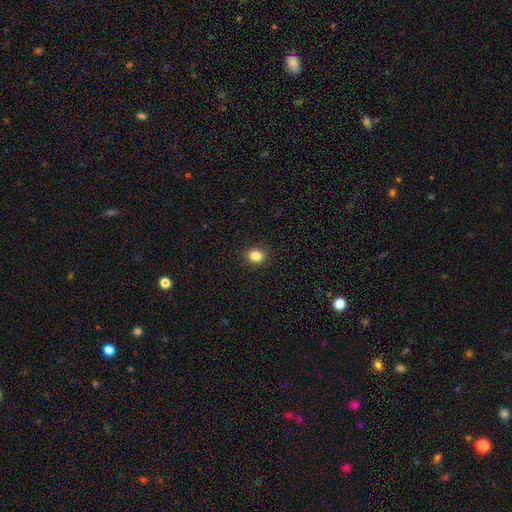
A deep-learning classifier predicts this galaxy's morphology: Q: Smooth or featured?
A: smooth (85%); runner-up: star or artifact (11%)
Q: How rounded?
A: round (61%); runner-up: in between (38%)
Q: Merging?
A: none (91%); runner-up: minor disturbance (6%)